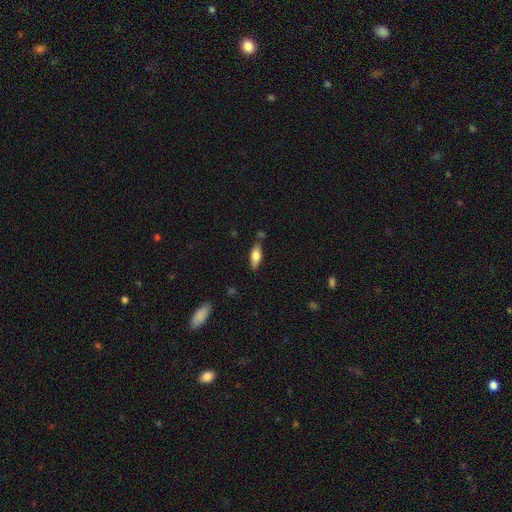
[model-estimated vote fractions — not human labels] Overall: smooth (73%). How rounded: in between (67%; cigar-shaped 31%). Merging: none (72%).